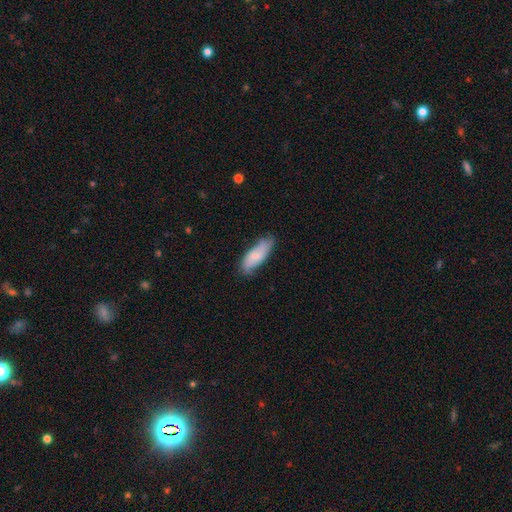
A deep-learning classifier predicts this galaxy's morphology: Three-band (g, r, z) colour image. It shows a smooth galaxy with no disk features (63%) that is in between round and cigar-shaped (68%). Merging: none (69%).